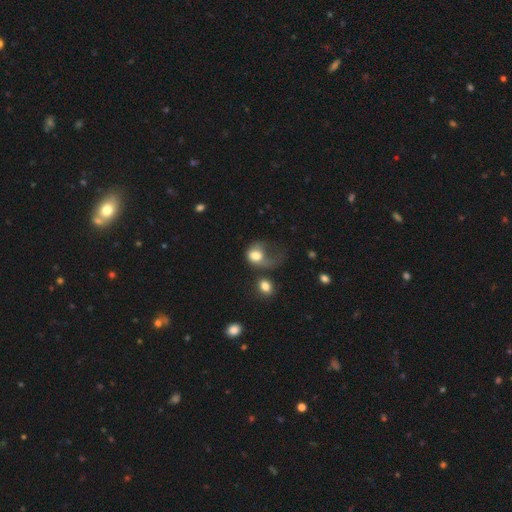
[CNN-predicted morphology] The model was most divided on "how rounded": in between: 53%, round: 46%, cigar-shaped: 1%. More confident: smooth or featured — smooth (66%); merging — major disturbance (61%).